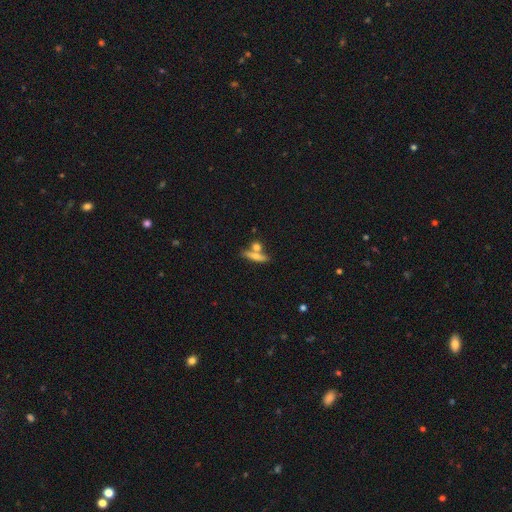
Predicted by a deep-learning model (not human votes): Smooth or featured?
  - smooth: 57% *
  - featured or disk: 35%
  - star or artifact: 8%
How rounded?
  - cigar-shaped: 66% *
  - in between: 26%
  - round: 8%
Merging?
  - none: 55% *
  - merger: 32%
  - minor disturbance: 10%
  - major disturbance: 4%